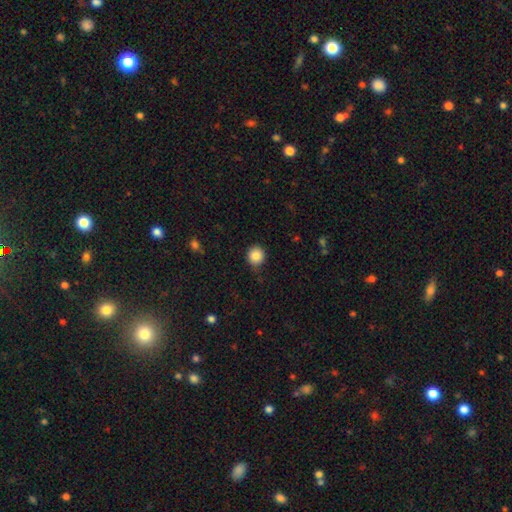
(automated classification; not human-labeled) Smooth or featured? smooth (86%)
How rounded? round (90%)
Merging? none (81%)